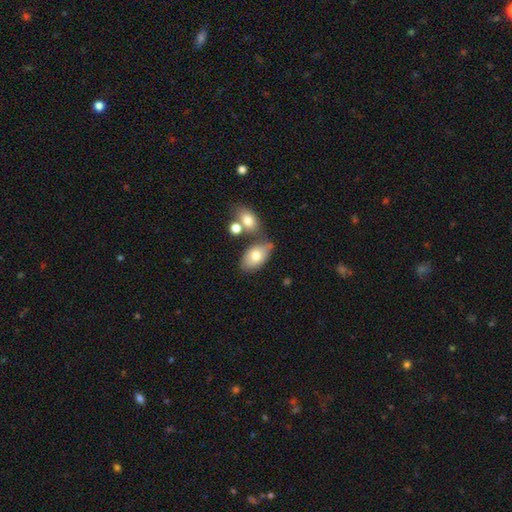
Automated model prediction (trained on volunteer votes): Morphology: type=smooth (73%); roundness=in between (90%); merging=none (56%).